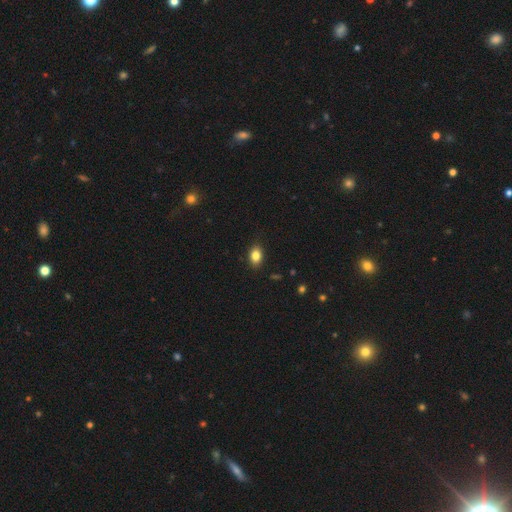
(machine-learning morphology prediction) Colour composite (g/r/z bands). It shows a smooth galaxy with no disk features (84%) that is in between round and cigar-shaped (78%). Merging: none (88%).